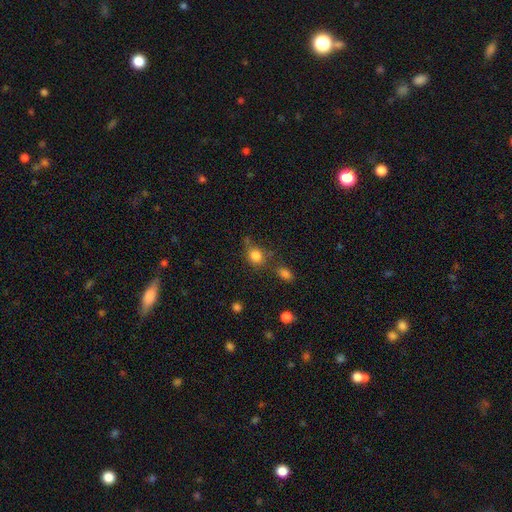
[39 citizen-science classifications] Morphology: type=smooth (87%); roundness=in between (62%); merging=none (61%).